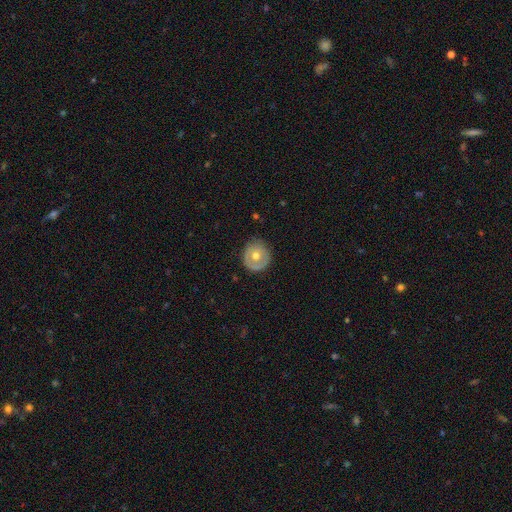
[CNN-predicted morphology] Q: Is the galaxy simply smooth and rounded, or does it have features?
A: smooth — 48%.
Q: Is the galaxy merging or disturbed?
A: none — 80%.